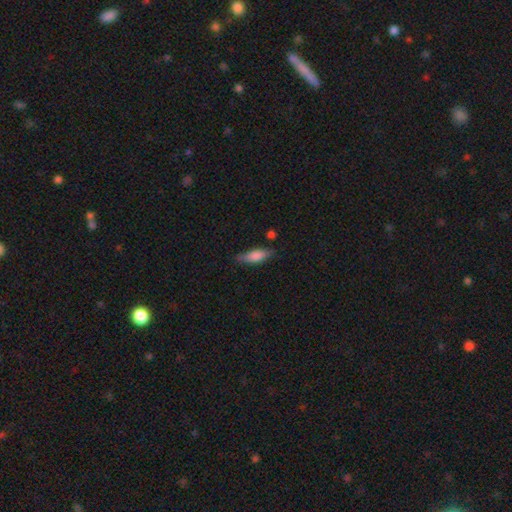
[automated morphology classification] The model was most divided on "how rounded": in between: 55%, cigar-shaped: 43%, round: 2%. More confident: smooth or featured — smooth (75%); merging — none (74%).